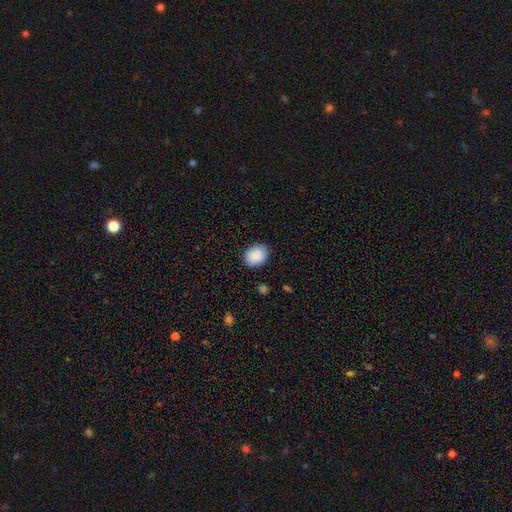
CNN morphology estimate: Smooth or featured: smooth — 90% (star or artifact — 7%)
How rounded: in between — 59% (round — 40%)
Merging: none — 87% (minor disturbance — 9%)